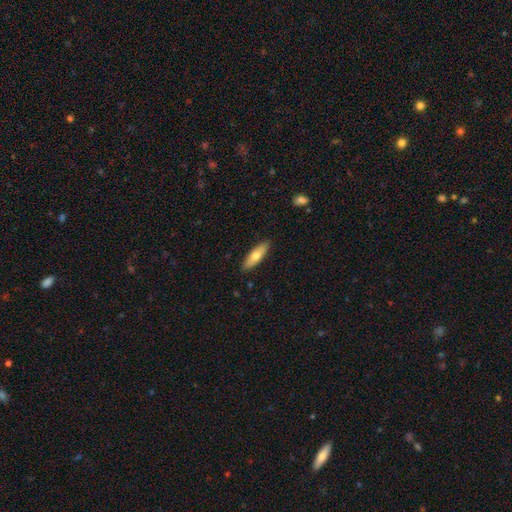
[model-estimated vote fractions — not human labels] A smooth galaxy with no disk features (66%) that is cigar-shaped (50%).

Vote fractions:
- Smooth or featured? smooth: 66% / featured or disk: 28% / star or artifact: 6%
- How rounded? cigar-shaped: 50% / in between: 48% / round: 2%
- Merging? none: 89% / minor disturbance: 8% / major disturbance: 2% / merger: 1%